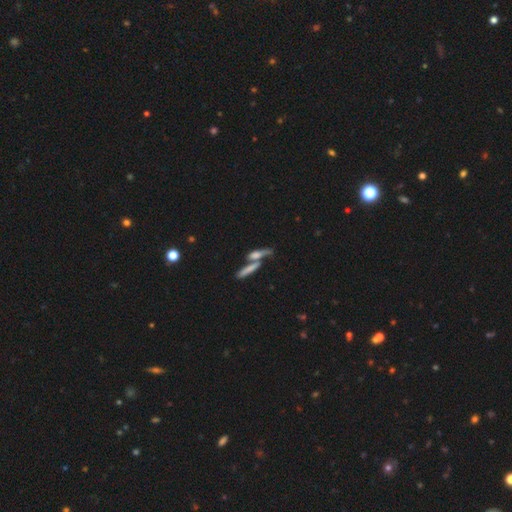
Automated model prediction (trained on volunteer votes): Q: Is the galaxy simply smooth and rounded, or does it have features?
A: smooth — 47%.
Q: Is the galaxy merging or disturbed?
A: none — 44%.